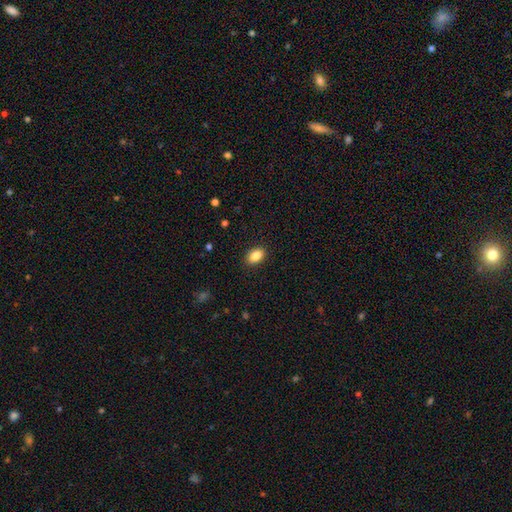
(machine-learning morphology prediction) Overall: smooth (87%). How rounded: in between (89%). Merging: none (89%).